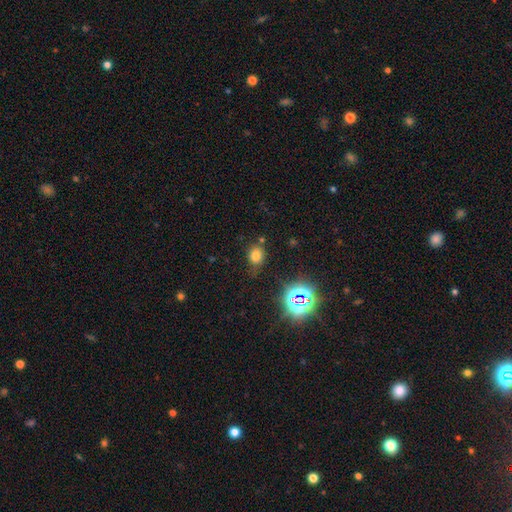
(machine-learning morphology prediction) Smooth or featured: smooth — 70% (star or artifact — 22%)
How rounded: round — 58% (in between — 41%)
Merging: none — 71% (minor disturbance — 18%)